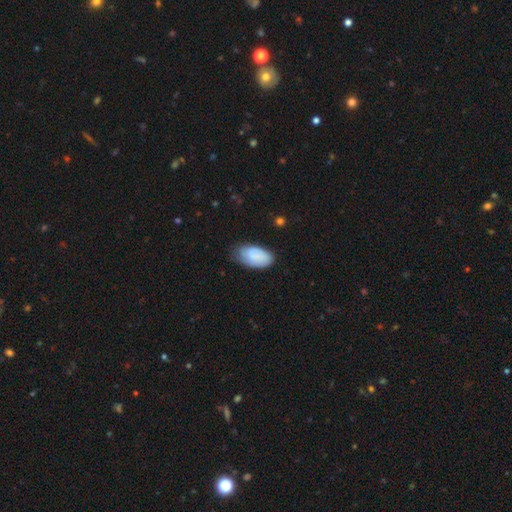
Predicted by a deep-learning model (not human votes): Smooth or featured: smooth — 76% (featured or disk — 17%)
How rounded: in between — 94% (round — 4%)
Merging: none — 56% (minor disturbance — 34%)